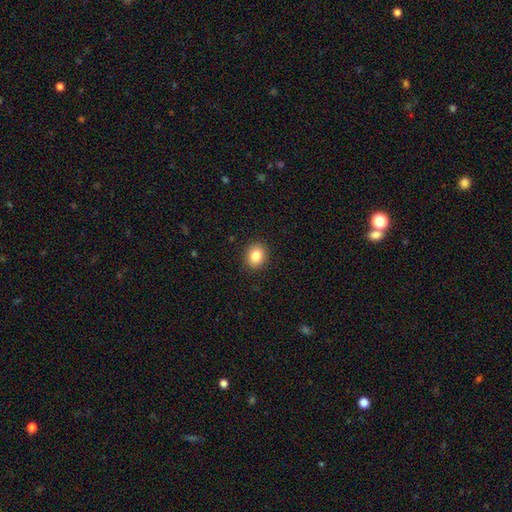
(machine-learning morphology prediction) A smooth galaxy with no disk features (84%) that is round (63%). Merging: none (90%).